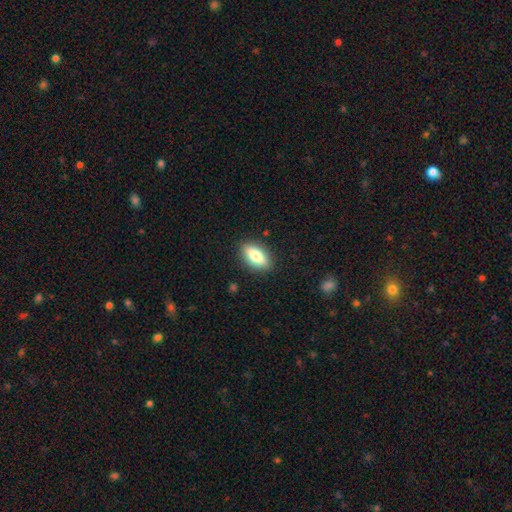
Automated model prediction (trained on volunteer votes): A smooth galaxy with no disk features (70%) that is in between round and cigar-shaped (80%).

Vote fractions:
- Smooth or featured? smooth: 70% / featured or disk: 23% / star or artifact: 7%
- How rounded? in between: 80% / cigar-shaped: 15% / round: 5%
- Merging? none: 87% / minor disturbance: 9% / major disturbance: 2% / merger: 1%